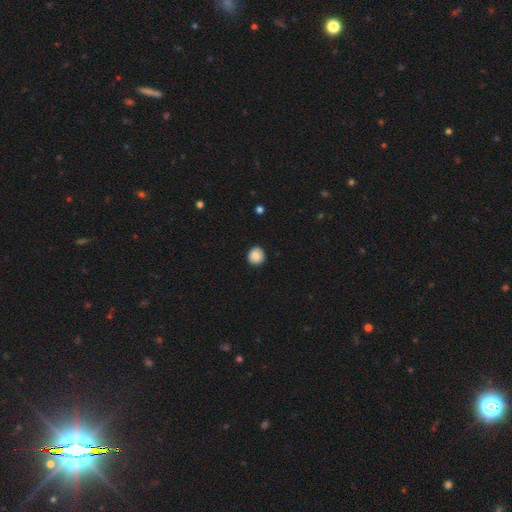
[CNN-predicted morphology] Smooth or featured? Predicted: smooth (p=0.86). How rounded? Predicted: round (p=0.89). Merging? Predicted: none (p=0.91).